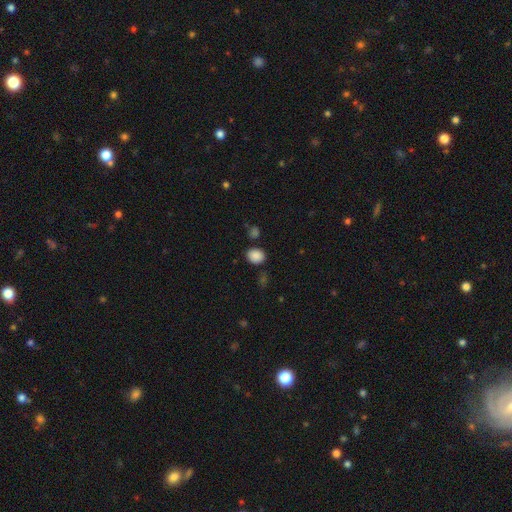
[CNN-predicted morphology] Q: Smooth or featured?
A: smooth (86%); runner-up: star or artifact (11%)
Q: How rounded?
A: round (59%); runner-up: in between (40%)
Q: Merging?
A: none (81%); runner-up: minor disturbance (11%)